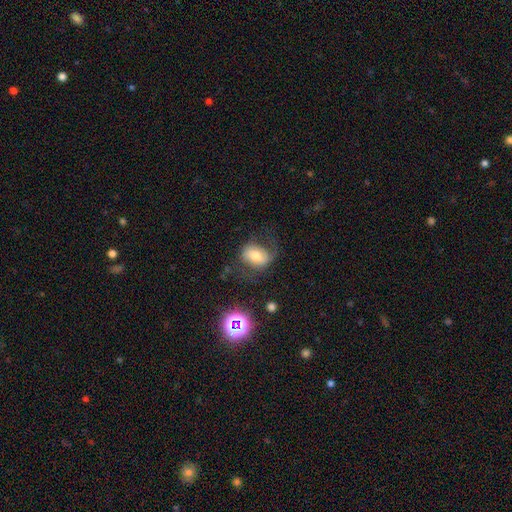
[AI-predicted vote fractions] This appears to be a smooth galaxy with no disk features (50%) that is in between round and cigar-shaped (70%). Merging: none (53%).